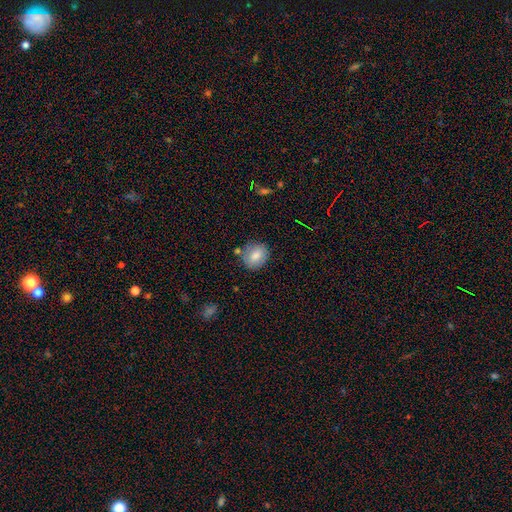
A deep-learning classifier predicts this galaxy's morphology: The model was most divided on "how rounded": round: 65%, in between: 34%, cigar-shaped: 1%. More confident: smooth or featured — smooth (79%); merging — none (76%).